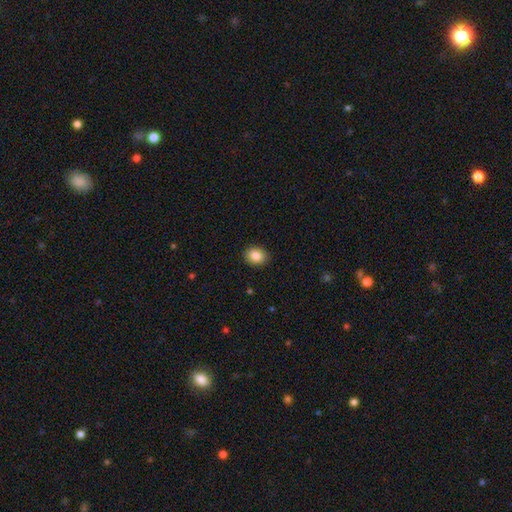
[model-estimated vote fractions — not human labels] Smooth or featured?
  - smooth: 86% *
  - star or artifact: 9%
  - featured or disk: 6%
How rounded?
  - round: 51% *
  - in between: 49%
  - cigar-shaped: 1%
Merging?
  - none: 90% *
  - minor disturbance: 7%
  - major disturbance: 2%
  - merger: 1%